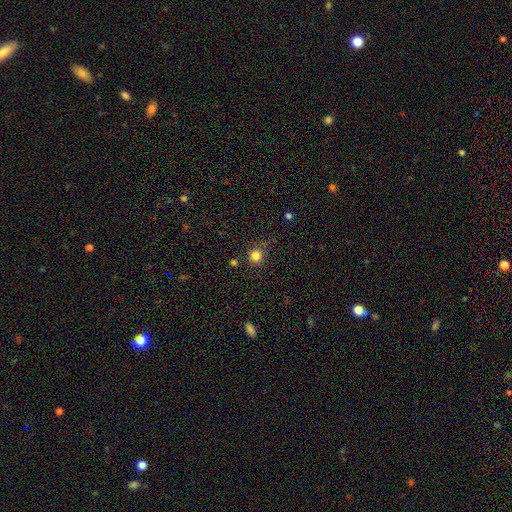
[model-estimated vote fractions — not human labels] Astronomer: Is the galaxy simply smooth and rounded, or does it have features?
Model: smooth — 82%.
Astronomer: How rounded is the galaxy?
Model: round — 92%.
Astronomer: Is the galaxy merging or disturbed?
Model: none — 81%.